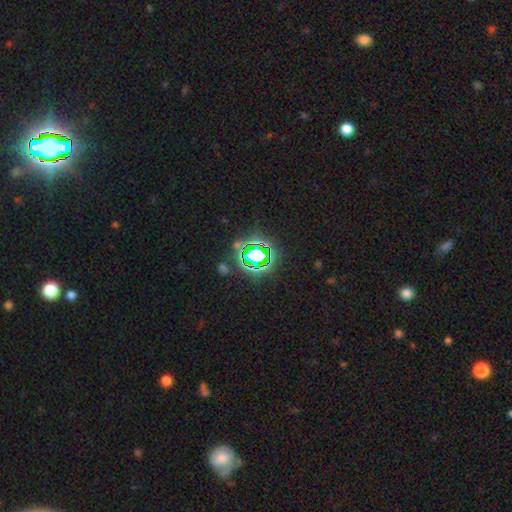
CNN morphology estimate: Smooth or featured? Predicted: star or artifact (p=0.72).